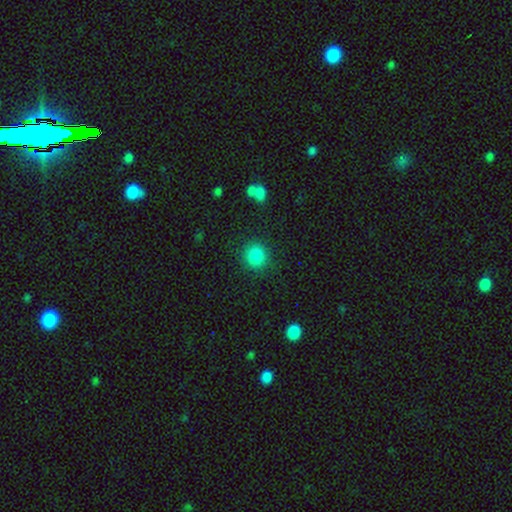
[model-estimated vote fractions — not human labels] Overall: smooth (85%). How rounded: round (85%). Merging: none (87%).